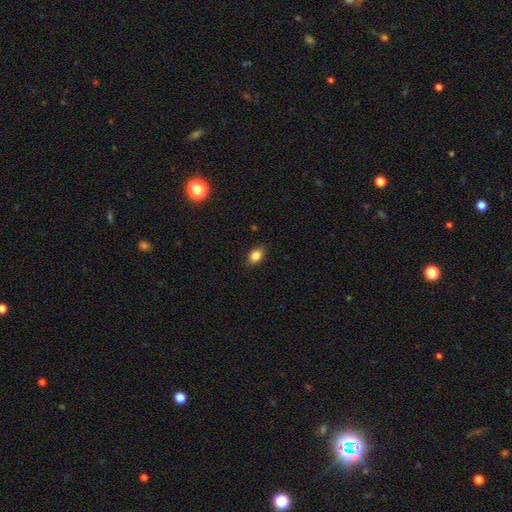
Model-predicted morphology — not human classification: type=smooth (84%); roundness=in between (75%); merging=none (85%).